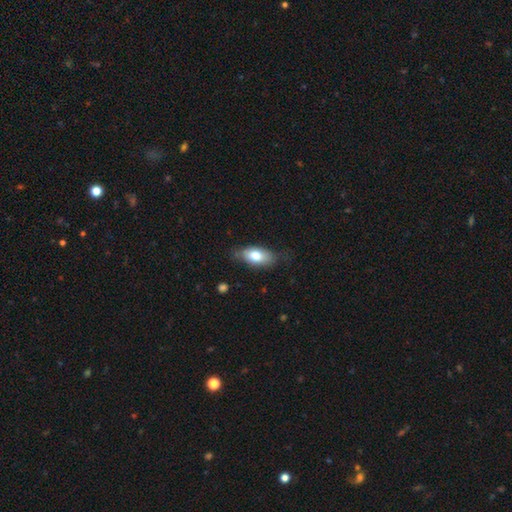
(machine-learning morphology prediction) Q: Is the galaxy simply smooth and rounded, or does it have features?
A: smooth — 75%.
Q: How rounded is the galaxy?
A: in between — 88%.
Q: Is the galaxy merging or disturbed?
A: none — 69%.